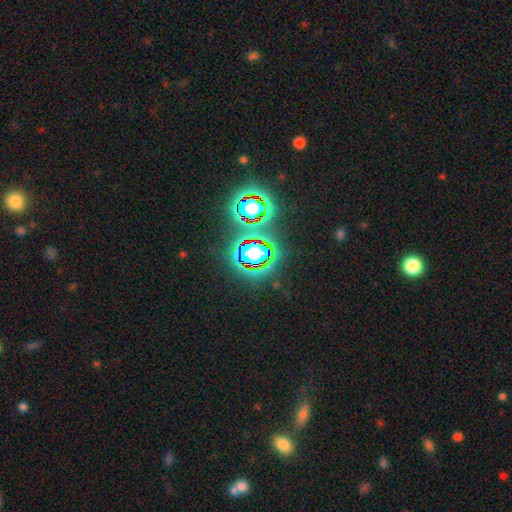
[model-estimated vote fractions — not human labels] This is likely a star or artifact rather than a galaxy (65%).